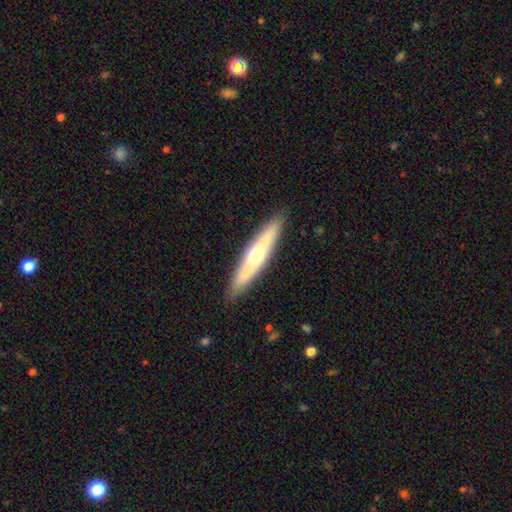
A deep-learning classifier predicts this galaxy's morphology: Overall: featured or disk (50%; smooth 45%). Merging: none (90%).